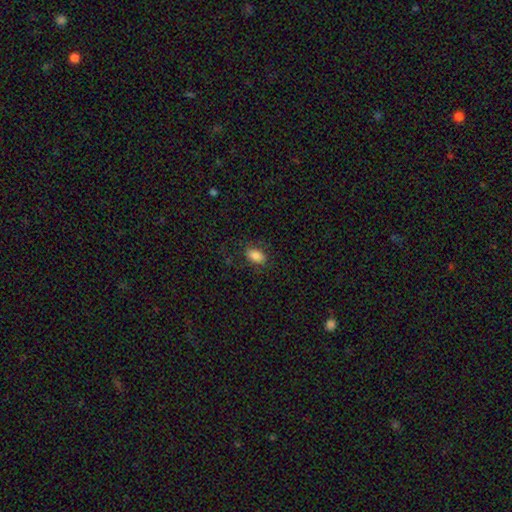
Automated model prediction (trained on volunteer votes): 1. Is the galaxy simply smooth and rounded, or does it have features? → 85% smooth, 9% star or artifact, 7% featured or disk.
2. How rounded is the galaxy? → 91% in between, 7% round, 2% cigar-shaped.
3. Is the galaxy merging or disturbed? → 82% none, 13% minor disturbance, 5% major disturbance, 1% merger.